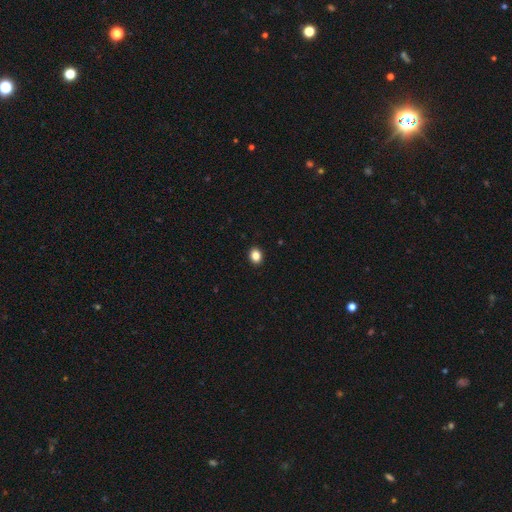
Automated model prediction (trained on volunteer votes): The model was most divided on "how rounded": round: 53%, in between: 46%, cigar-shaped: 1%. More confident: merging — none (92%); smooth or featured — smooth (86%).